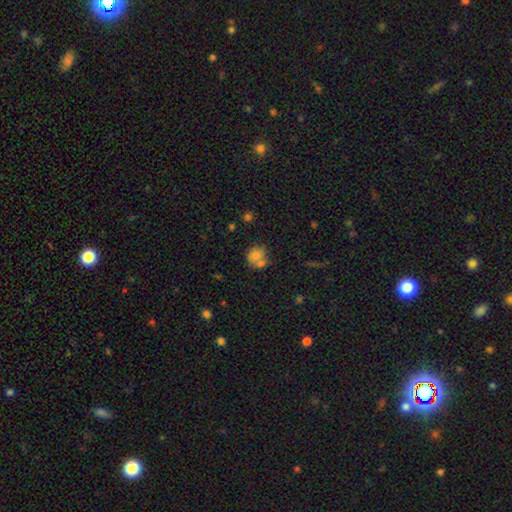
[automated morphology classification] Smooth or featured? Predicted: smooth (p=0.73). How rounded? Predicted: round (p=0.72). Merging? Predicted: none (p=0.41).